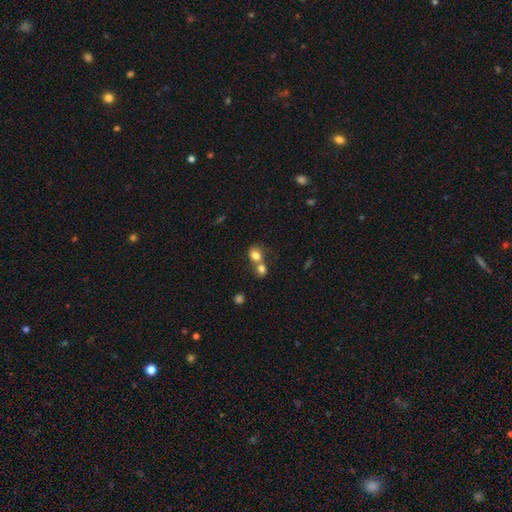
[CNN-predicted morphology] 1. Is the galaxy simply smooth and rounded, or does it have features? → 78% smooth, 12% featured or disk, 10% star or artifact.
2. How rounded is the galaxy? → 66% round, 33% in between, 1% cigar-shaped.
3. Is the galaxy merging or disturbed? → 60% merger, 29% none, 7% minor disturbance, 4% major disturbance.